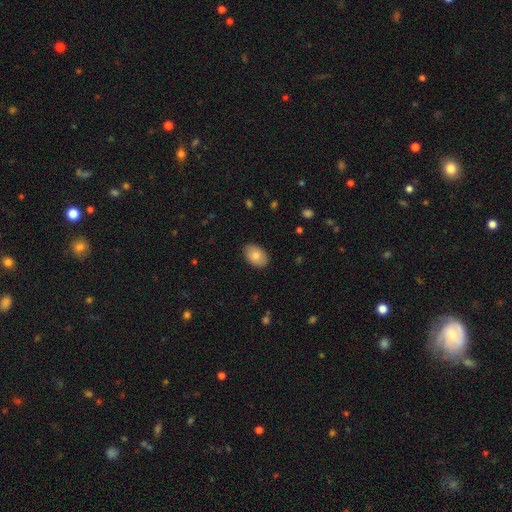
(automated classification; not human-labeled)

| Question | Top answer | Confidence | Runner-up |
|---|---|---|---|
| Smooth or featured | smooth | 83% | featured or disk (11%) |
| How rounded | in between | 89% | round (10%) |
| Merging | none | 88% | minor disturbance (9%) |